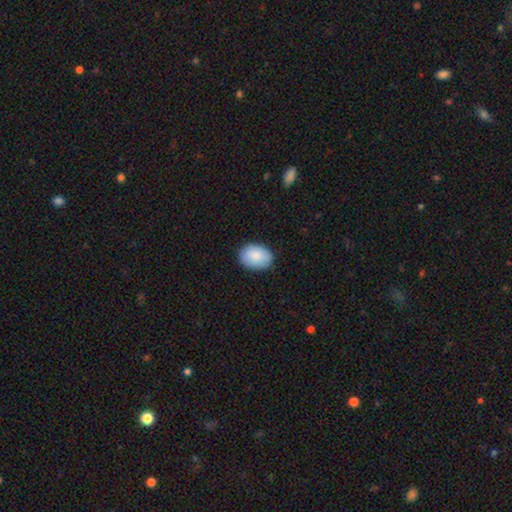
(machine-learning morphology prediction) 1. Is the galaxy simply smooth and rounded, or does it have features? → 87% smooth, 6% featured or disk, 6% star or artifact.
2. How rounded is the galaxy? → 76% in between, 24% round, 1% cigar-shaped.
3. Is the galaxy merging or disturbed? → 84% none, 12% minor disturbance, 2% major disturbance, 1% merger.